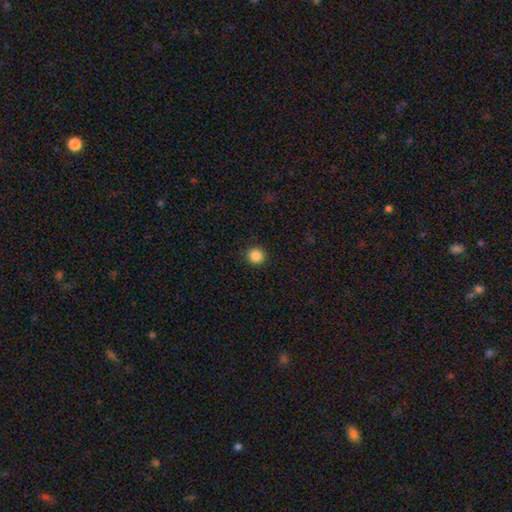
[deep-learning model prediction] Overall: smooth (86%). How rounded: round (94%). Merging: none (92%).